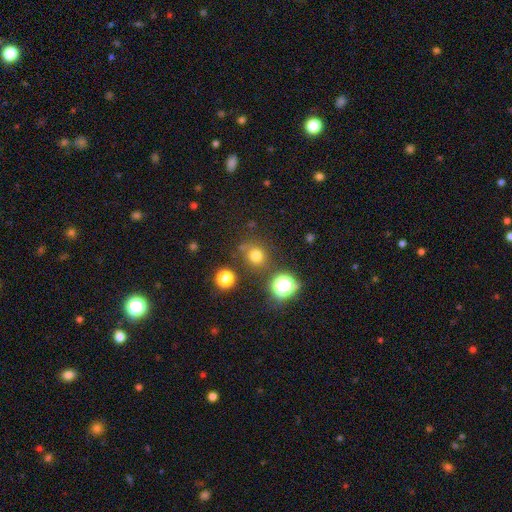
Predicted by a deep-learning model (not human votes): Smooth or featured? smooth (70%)
How rounded? round (83%)
Merging? none (74%)